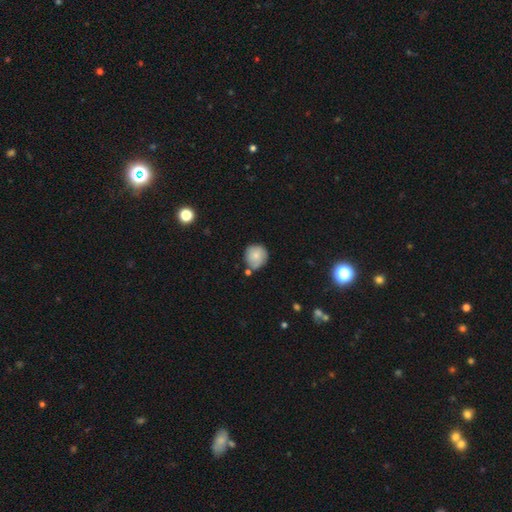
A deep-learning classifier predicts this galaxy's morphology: This appears to be a smooth galaxy with no disk features (74%) that is round (89%). Merging: none (66%).